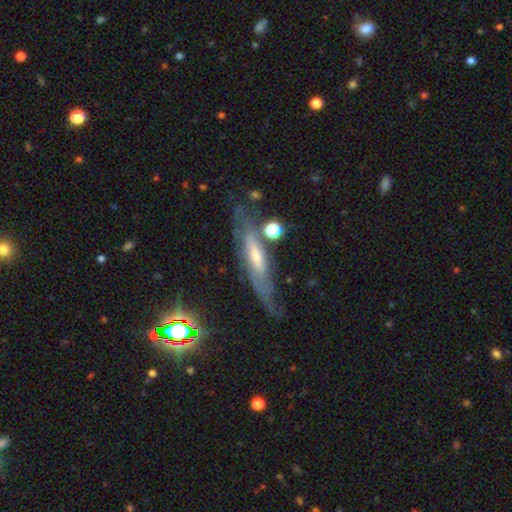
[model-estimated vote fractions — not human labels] featured or disk 68%, smooth 23%, star or artifact 9%. Down the decision tree: edge-on disk — yes (53%); merging — none (61%).